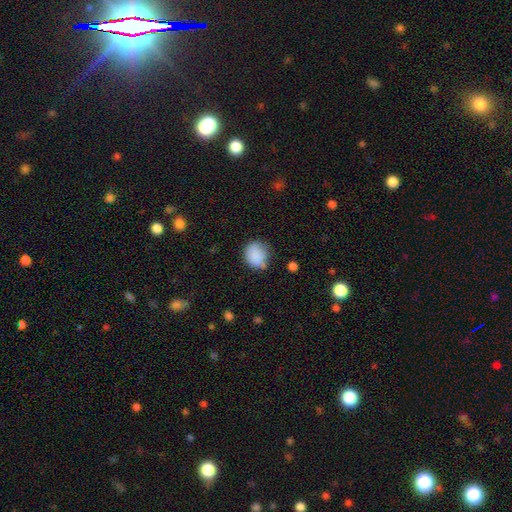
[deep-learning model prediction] Smooth or featured?
  - smooth: 84% *
  - star or artifact: 9%
  - featured or disk: 7%
How rounded?
  - round: 68% *
  - in between: 31%
  - cigar-shaped: 1%
Merging?
  - none: 59% *
  - minor disturbance: 30%
  - major disturbance: 8%
  - merger: 4%